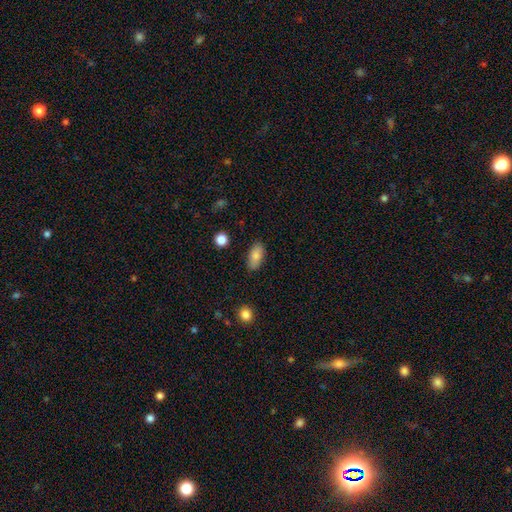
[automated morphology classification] Q: Smooth or featured?
A: smooth (84%); runner-up: featured or disk (8%)
Q: How rounded?
A: in between (90%); runner-up: cigar-shaped (6%)
Q: Merging?
A: none (86%); runner-up: minor disturbance (11%)